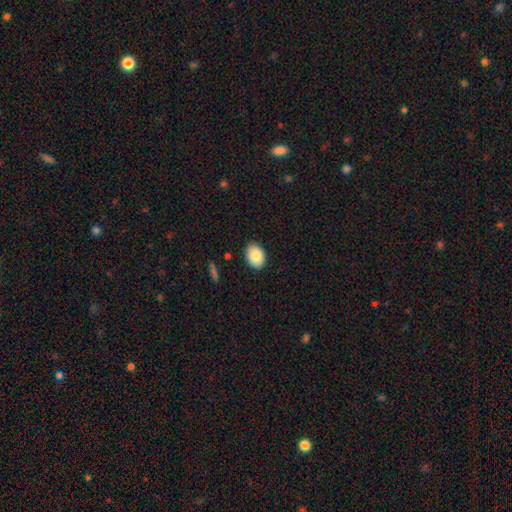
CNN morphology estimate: smooth_or_featured: smooth (p=0.85) [alt: featured or disk p=0.08]
how_rounded: in between (p=0.77) [alt: round p=0.22]
merging: none (p=0.88) [alt: minor disturbance p=0.09]